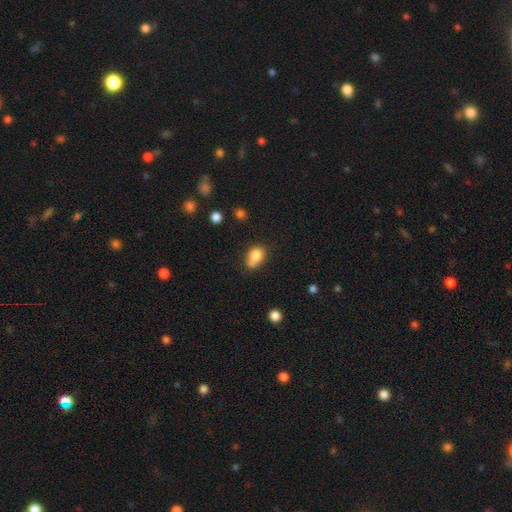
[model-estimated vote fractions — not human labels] A smooth galaxy with no disk features (79%) that is round (54%).

Vote fractions:
- Smooth or featured? smooth: 79% / featured or disk: 10% / star or artifact: 10%
- How rounded? round: 54% / in between: 45% / cigar-shaped: 1%
- Merging? none: 46% / merger: 29% / minor disturbance: 19% / major disturbance: 6%